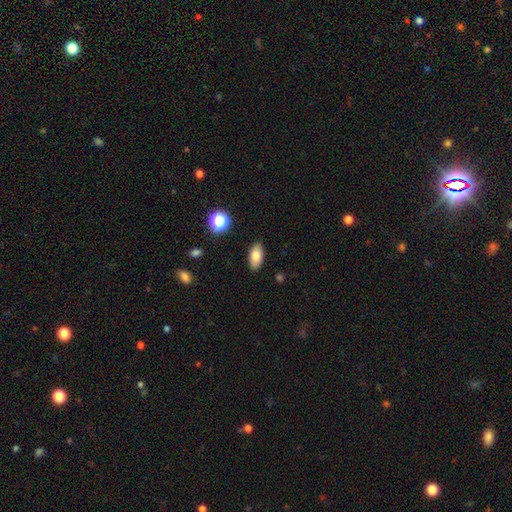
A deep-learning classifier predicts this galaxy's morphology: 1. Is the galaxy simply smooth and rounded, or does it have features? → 78% smooth, 13% featured or disk, 9% star or artifact.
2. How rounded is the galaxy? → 90% in between, 6% cigar-shaped, 4% round.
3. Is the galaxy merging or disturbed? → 88% none, 9% minor disturbance, 2% major disturbance, 1% merger.